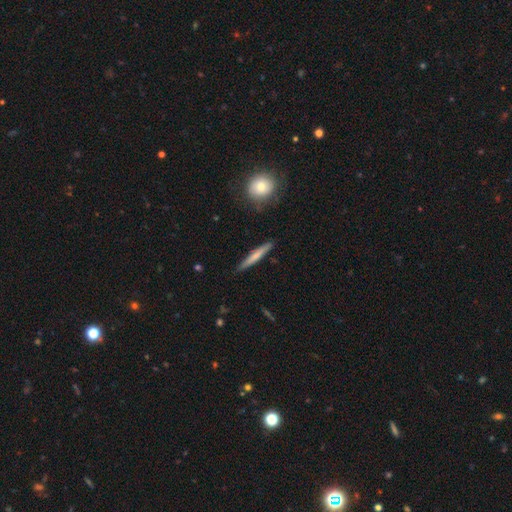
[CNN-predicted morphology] Q: Smooth or featured?
A: smooth (58%); runner-up: featured or disk (36%)
Q: How rounded?
A: cigar-shaped (94%); runner-up: in between (4%)
Q: Merging?
A: none (87%); runner-up: minor disturbance (10%)